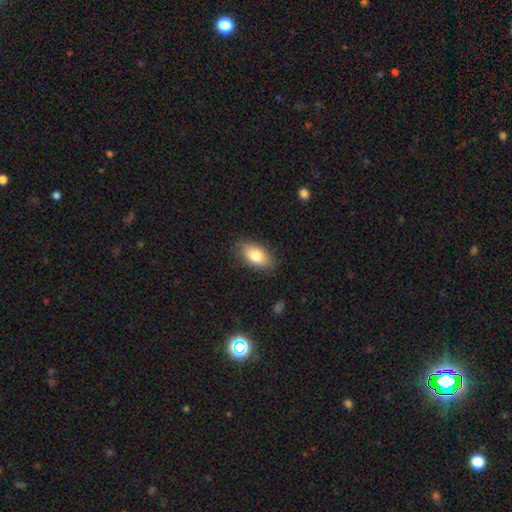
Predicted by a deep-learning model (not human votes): Smooth or featured?
  - smooth: 81% *
  - featured or disk: 12%
  - star or artifact: 7%
How rounded?
  - in between: 91% *
  - round: 6%
  - cigar-shaped: 3%
Merging?
  - none: 83% *
  - minor disturbance: 13%
  - major disturbance: 3%
  - merger: 1%